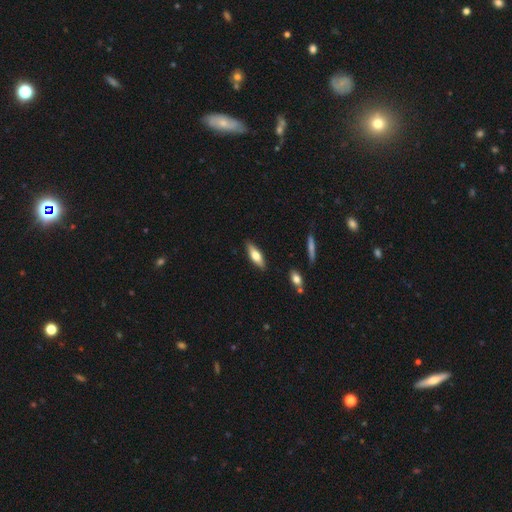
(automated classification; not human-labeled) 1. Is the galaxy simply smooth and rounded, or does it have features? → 63% smooth, 31% featured or disk, 6% star or artifact.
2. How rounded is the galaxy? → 50% in between, 47% cigar-shaped, 2% round.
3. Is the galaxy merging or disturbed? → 87% none, 10% minor disturbance, 2% major disturbance, 2% merger.